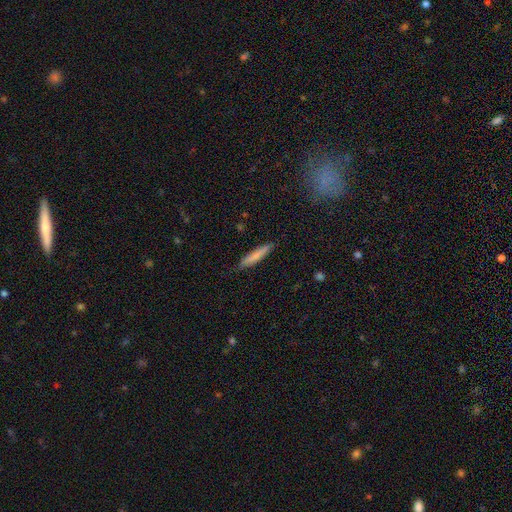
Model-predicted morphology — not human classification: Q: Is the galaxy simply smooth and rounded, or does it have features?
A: smooth — 76%.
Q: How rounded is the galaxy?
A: cigar-shaped — 92%.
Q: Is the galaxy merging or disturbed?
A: none — 87%.